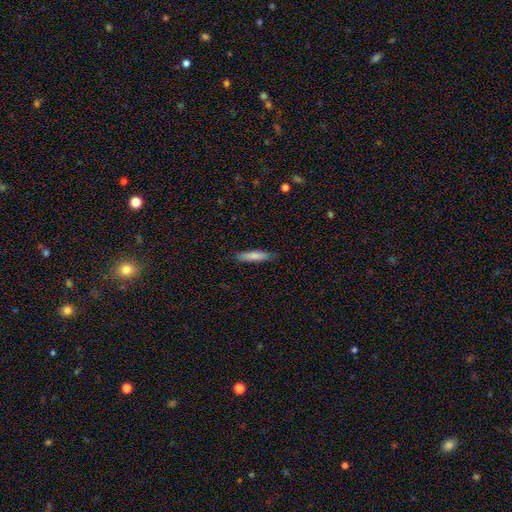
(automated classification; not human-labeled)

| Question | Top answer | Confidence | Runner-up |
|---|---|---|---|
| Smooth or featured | smooth | 81% | featured or disk (13%) |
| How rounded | cigar-shaped | 81% | in between (17%) |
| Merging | none | 83% | minor disturbance (14%) |